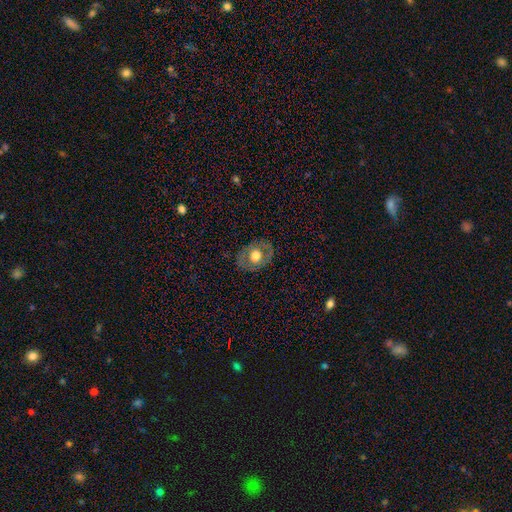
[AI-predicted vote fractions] This appears to be a smooth galaxy with no disk features (49%). Merging: none (80%).